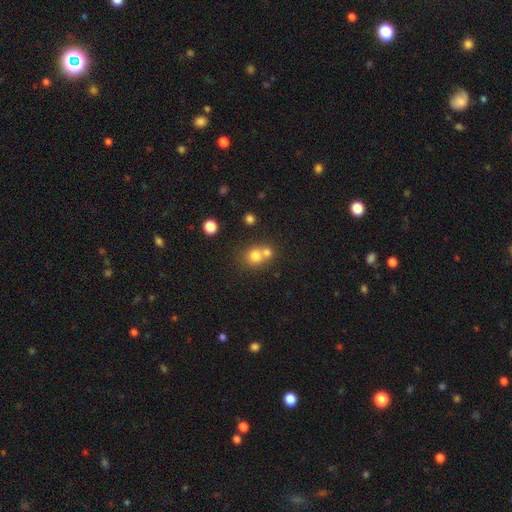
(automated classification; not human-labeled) Smooth or featured? Predicted: smooth (p=0.75). How rounded? Predicted: round (p=0.80). Merging? Predicted: merger (p=0.52).